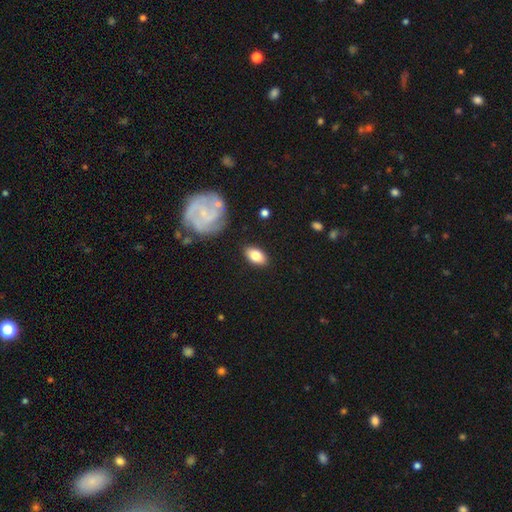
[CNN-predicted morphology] smooth 77%, featured or disk 16%, star or artifact 7%. Down the decision tree: how rounded — in between (91%); merging — none (86%).